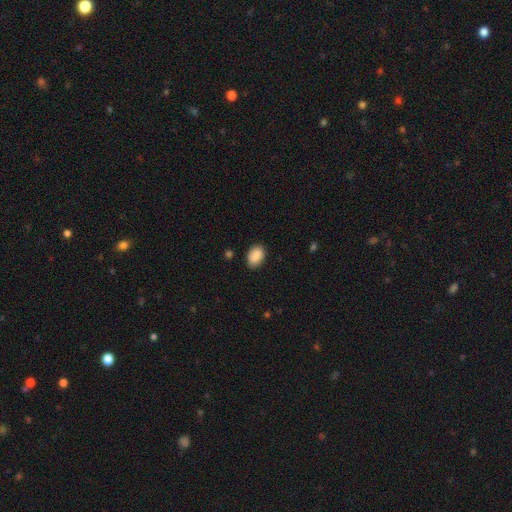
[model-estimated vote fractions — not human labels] Overall: smooth (89%). How rounded: in between (87%). Merging: none (86%).